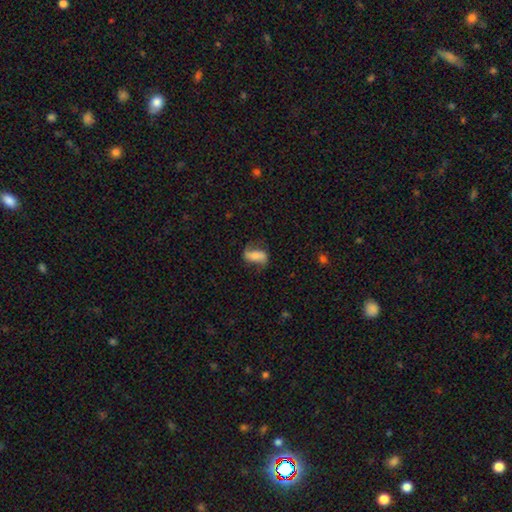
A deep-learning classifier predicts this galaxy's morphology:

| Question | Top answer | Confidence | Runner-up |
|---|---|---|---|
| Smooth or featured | smooth | 53% | featured or disk (39%) |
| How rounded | in between | 81% | cigar-shaped (14%) |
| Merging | none | 61% | minor disturbance (24%) |